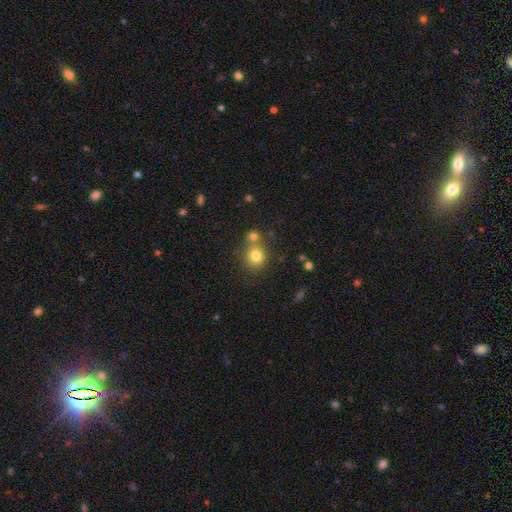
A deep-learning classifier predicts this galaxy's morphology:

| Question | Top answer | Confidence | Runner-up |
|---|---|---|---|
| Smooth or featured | smooth | 78% | star or artifact (13%) |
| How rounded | round | 86% | in between (13%) |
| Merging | none | 58% | merger (30%) |